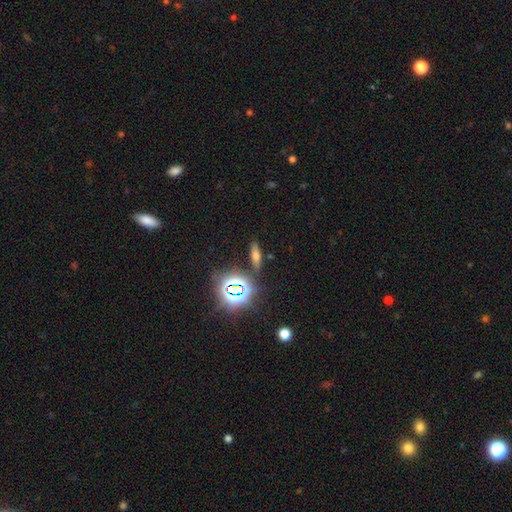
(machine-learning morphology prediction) Smooth or featured: smooth — 49% (star or artifact — 31%)
Merging: none — 83% (minor disturbance — 10%)